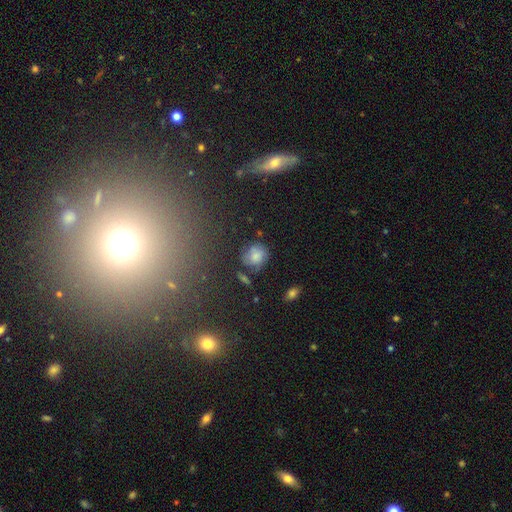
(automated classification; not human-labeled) A smooth galaxy with no disk features (65%) that is round (70%).

Vote fractions:
- Smooth or featured? smooth: 65% / featured or disk: 23% / star or artifact: 12%
- How rounded? round: 70% / in between: 29% / cigar-shaped: 1%
- Merging? none: 60% / minor disturbance: 24% / major disturbance: 9% / merger: 7%